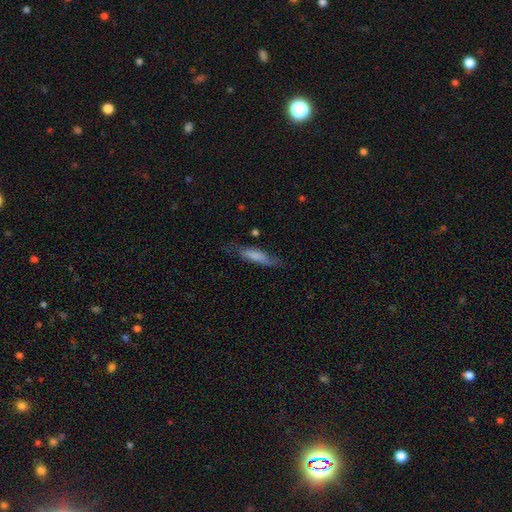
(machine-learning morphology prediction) This is likely a smooth galaxy (65%). How rounded: likely cigar-shaped (69%). Merging: likely none (60%).